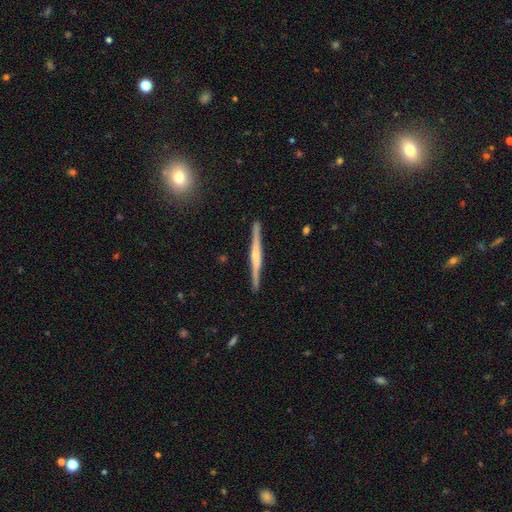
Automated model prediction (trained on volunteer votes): smooth-or-featured: featured or disk: 76% | smooth: 18% | star or artifact: 5%
  disk-edge-on: yes: 98% | no: 2%
    edge-on-bulge: rounded: 64% | none: 18% | boxy: 17%
  merging: none: 92% | minor disturbance: 6% | major disturbance: 1% | merger: 1%